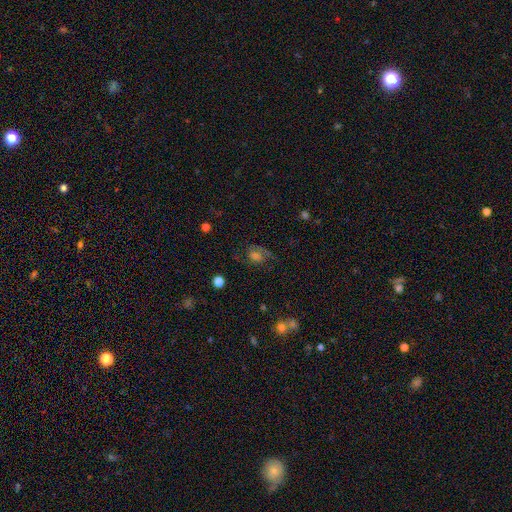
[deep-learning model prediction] A smooth galaxy with no disk features (47%). Merging: none (49%).